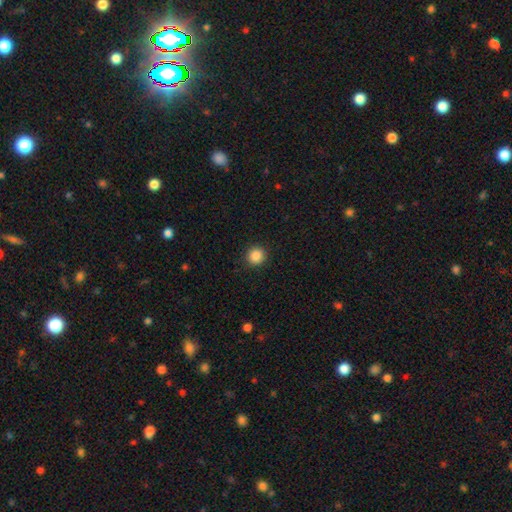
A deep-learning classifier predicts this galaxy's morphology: This is clearly a smooth galaxy (87%). How rounded: clearly round (95%). Merging: clearly none (92%).